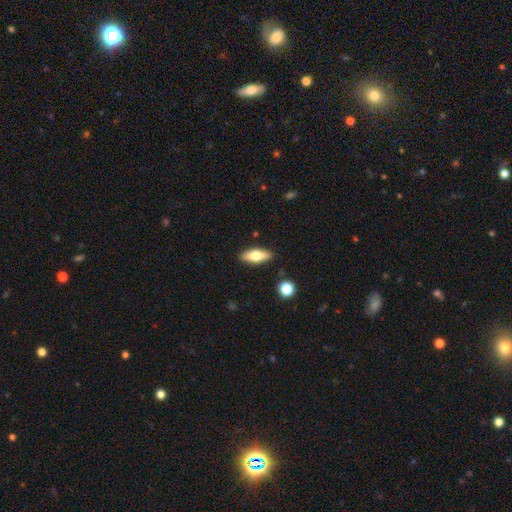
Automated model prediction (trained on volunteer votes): This appears to be a smooth galaxy with no disk features (63%) that is in between round and cigar-shaped (70%). Merging: none (87%).